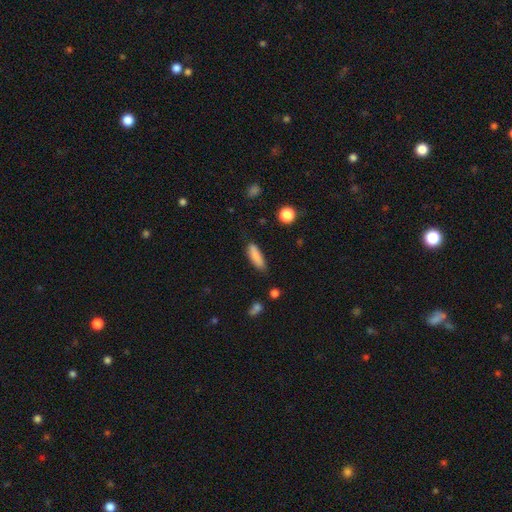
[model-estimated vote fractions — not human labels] smooth-or-featured: smooth: 85% | featured or disk: 8% | star or artifact: 7%
  how-rounded: cigar-shaped: 54% | in between: 44% | round: 2%
  merging: none: 79% | minor disturbance: 16% | major disturbance: 3% | merger: 2%